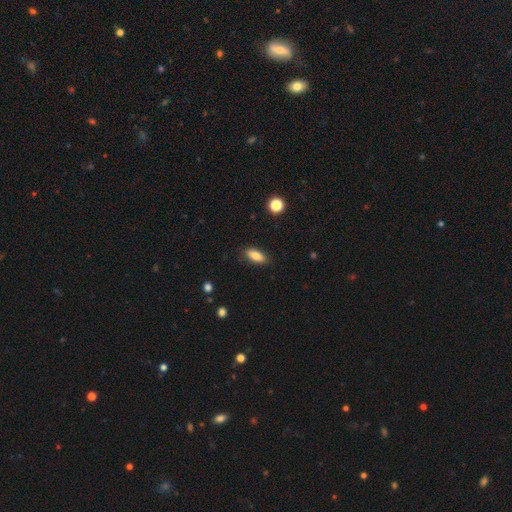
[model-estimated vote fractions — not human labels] Morphology: type=smooth (83%); roundness=in between (82%); merging=none (86%).